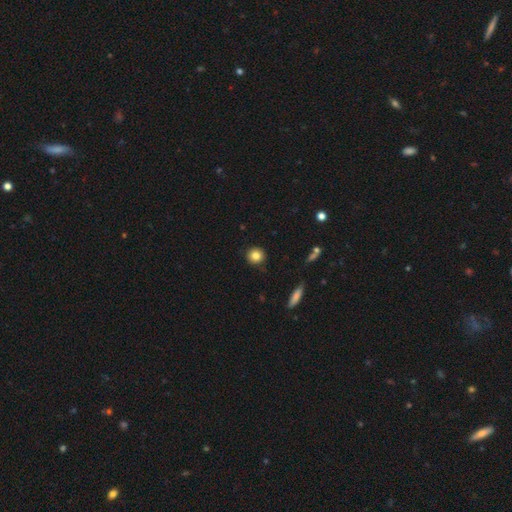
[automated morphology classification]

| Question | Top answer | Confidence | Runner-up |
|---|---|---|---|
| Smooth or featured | smooth | 83% | star or artifact (10%) |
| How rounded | round | 92% | in between (7%) |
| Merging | none | 90% | minor disturbance (7%) |